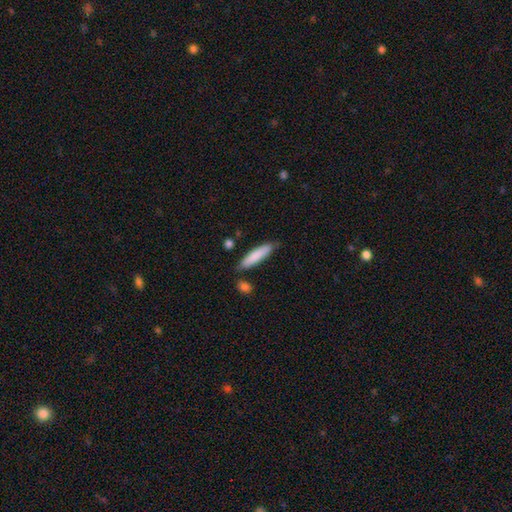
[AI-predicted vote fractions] Smooth or featured? Predicted: smooth (p=0.83). How rounded? Predicted: cigar-shaped (p=0.79). Merging? Predicted: none (p=0.79).